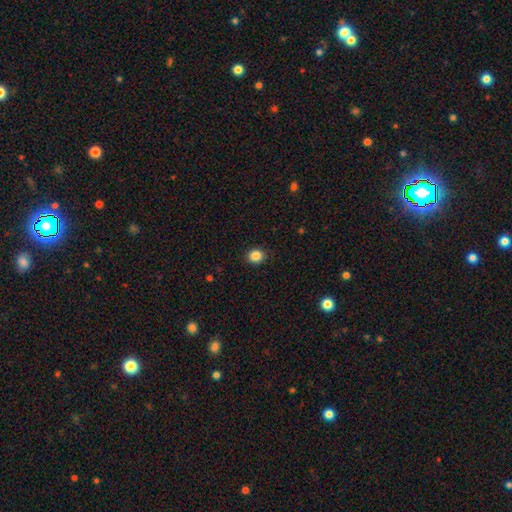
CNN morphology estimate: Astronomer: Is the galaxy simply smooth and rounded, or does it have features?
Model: smooth — 86%.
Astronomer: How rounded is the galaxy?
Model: round — 83%.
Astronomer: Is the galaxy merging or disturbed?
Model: none — 91%.